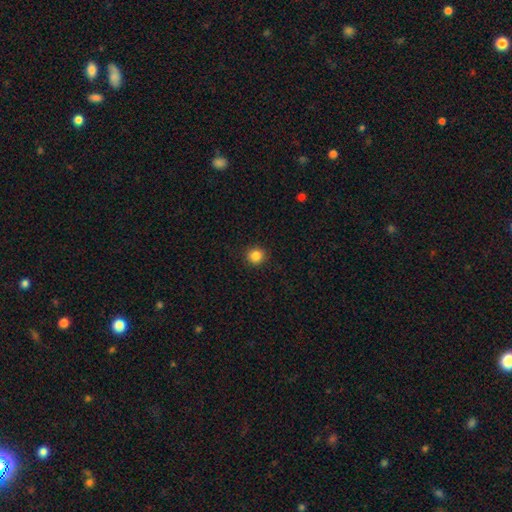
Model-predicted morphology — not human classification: This is clearly a smooth galaxy (86%). How rounded: clearly round (92%). Merging: clearly none (91%).